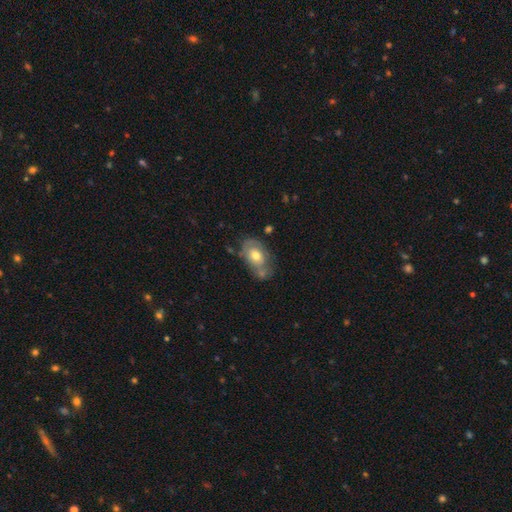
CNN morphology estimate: type=smooth (49%); merging=none (46%).